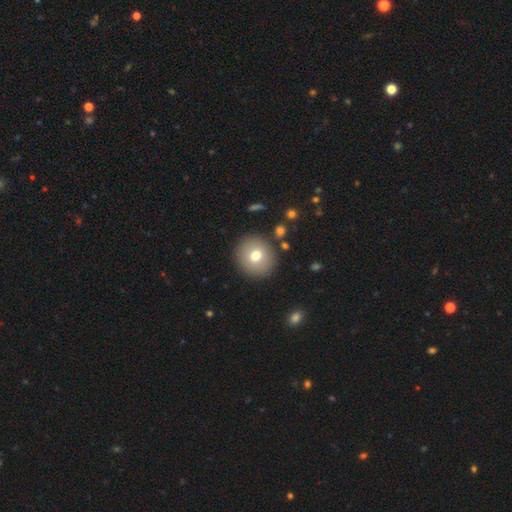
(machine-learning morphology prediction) smooth 74%, featured or disk 17%, star or artifact 10%. Down the decision tree: how rounded — round (89%); merging — none (88%).